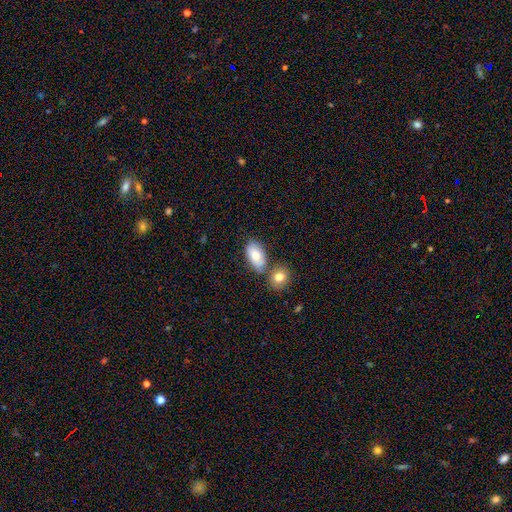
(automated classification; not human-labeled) A smooth galaxy with no disk features (79%) that is in between round and cigar-shaped (93%). Merging: none (55%).